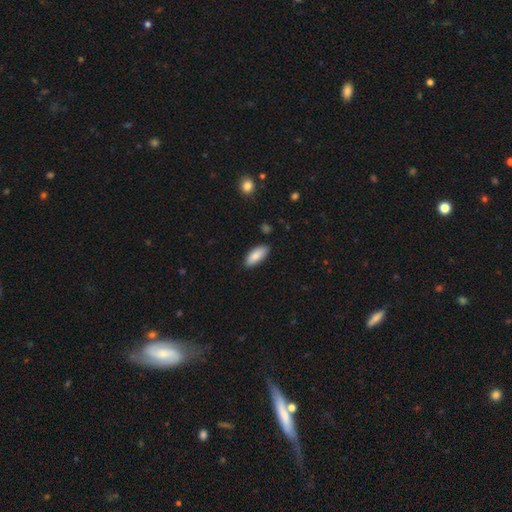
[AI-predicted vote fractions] Overall: smooth (86%). How rounded: in between (82%). Merging: none (86%).